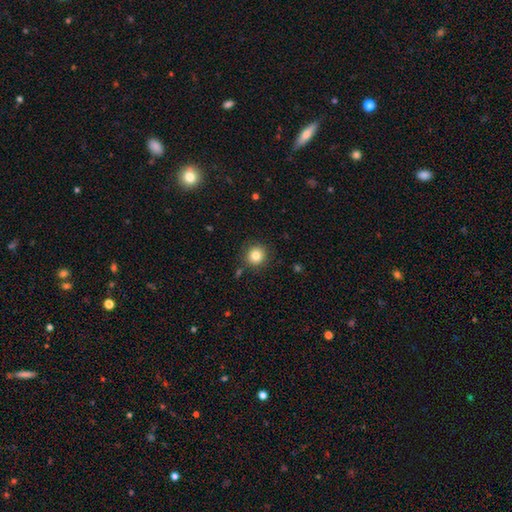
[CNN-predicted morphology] smooth-or-featured: smooth: 82% | star or artifact: 11% | featured or disk: 7%
  how-rounded: round: 92% | in between: 7% | cigar-shaped: 1%
  merging: none: 88% | minor disturbance: 8% | major disturbance: 2% | merger: 2%